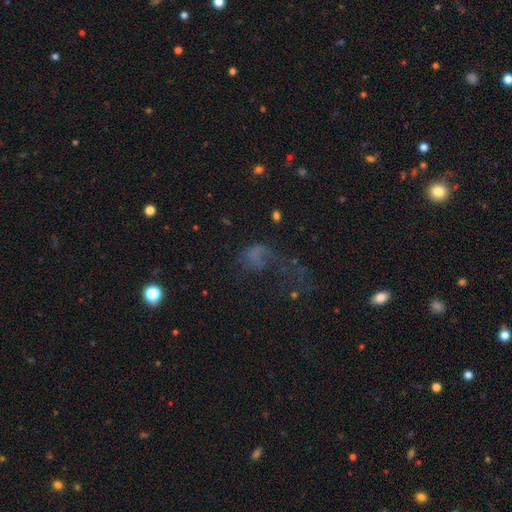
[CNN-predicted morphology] A smooth galaxy with no disk features (40%).

Vote fractions:
- Smooth or featured? smooth: 40% / featured or disk: 34% / star or artifact: 26%
- Merging? major disturbance: 58% / none: 23% / minor disturbance: 12% / merger: 8%